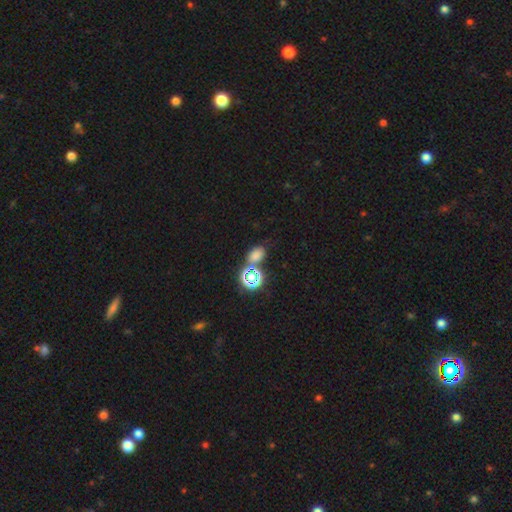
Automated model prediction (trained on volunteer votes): A smooth galaxy with no disk features (67%) that is in between round and cigar-shaped (67%). Merging: none (65%).